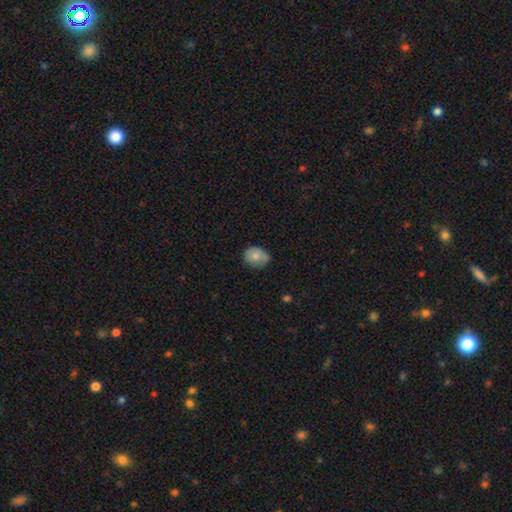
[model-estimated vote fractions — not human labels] The model was most divided on "how rounded": in between: 50%, round: 49%, cigar-shaped: 1%. More confident: smooth or featured — smooth (76%); merging — none (61%).